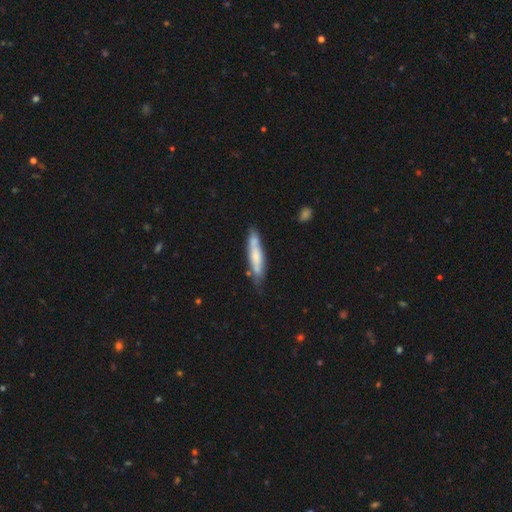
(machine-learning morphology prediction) This is possibly a smooth galaxy (56%). How rounded: clearly cigar-shaped (84%). Merging: likely none (65%).